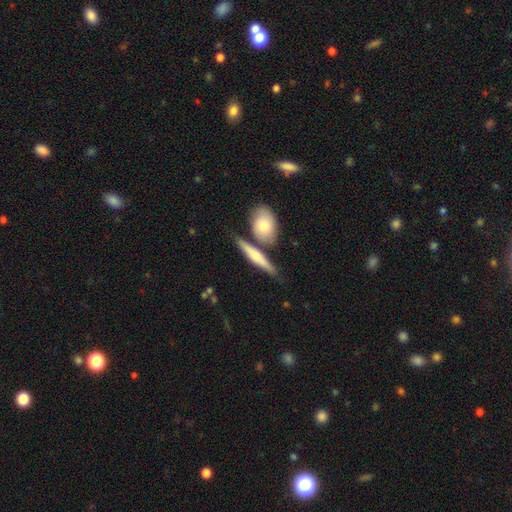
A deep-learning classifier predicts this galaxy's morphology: smooth_or_featured: smooth (p=0.52) [alt: featured or disk p=0.43]
how_rounded: cigar-shaped (p=0.72) [alt: in between p=0.23]
merging: none (p=0.68) [alt: merger p=0.16]